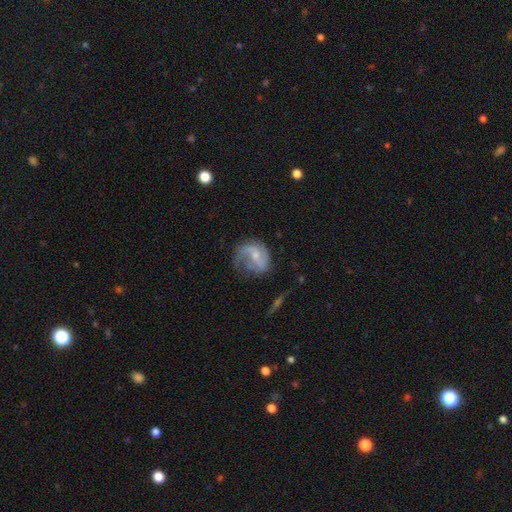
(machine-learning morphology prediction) Overall: featured or disk (69%). Edge-on disk: no (97%). Bar: no (49%; weak 42%). Spiral arms: yes (85%). Spiral arm count: 2 (52%; 1 25%). Spiral winding: loose (43%; medium 40%). Bulge size: small (54%; moderate 33%). Merging: none (44%; major disturbance 28%).